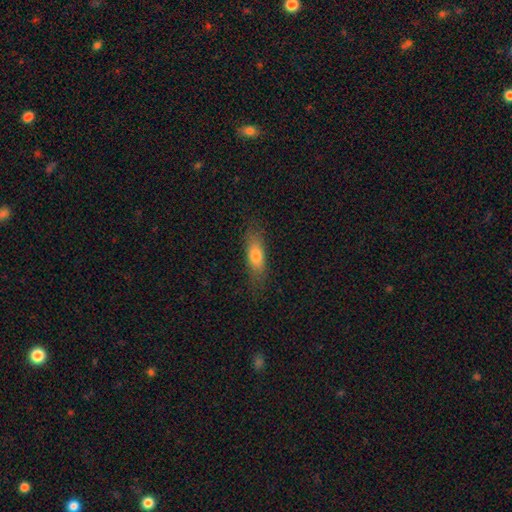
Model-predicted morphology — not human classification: Smooth or featured?
  - smooth: 73% *
  - featured or disk: 19%
  - star or artifact: 8%
How rounded?
  - in between: 60% *
  - cigar-shaped: 37%
  - round: 4%
Merging?
  - none: 76% *
  - minor disturbance: 17%
  - major disturbance: 6%
  - merger: 1%